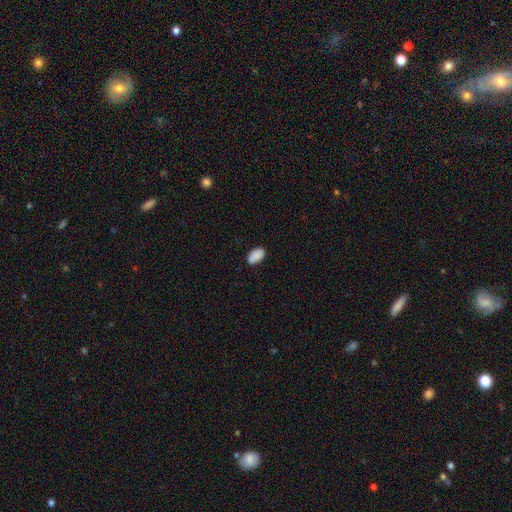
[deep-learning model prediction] This appears to be a smooth galaxy with no disk features (88%) that is in between round and cigar-shaped (93%). Merging: none (80%).